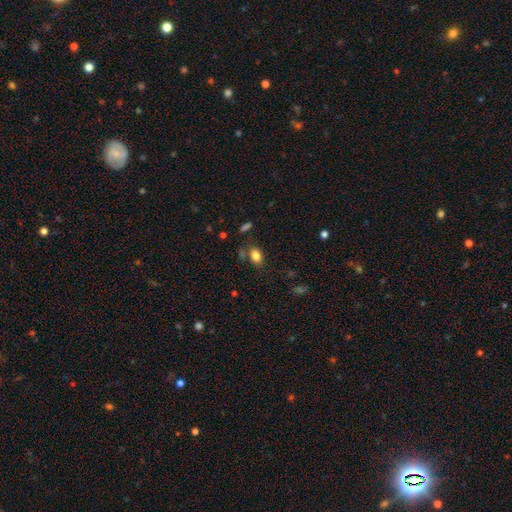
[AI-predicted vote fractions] Overall: smooth (82%). How rounded: in between (73%). Merging: none (72%).